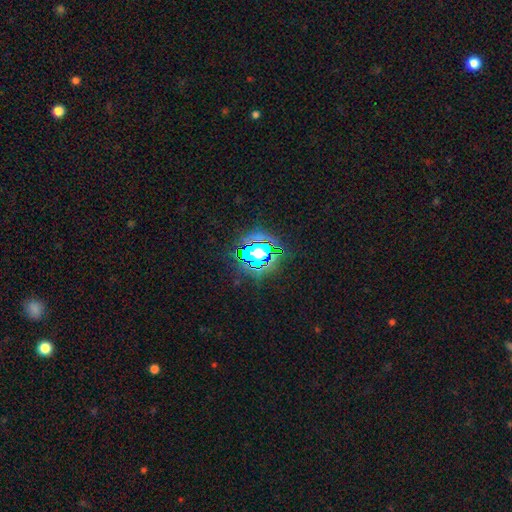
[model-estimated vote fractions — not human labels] Smooth or featured?
  - star or artifact: 72% *
  - smooth: 18%
  - featured or disk: 11%